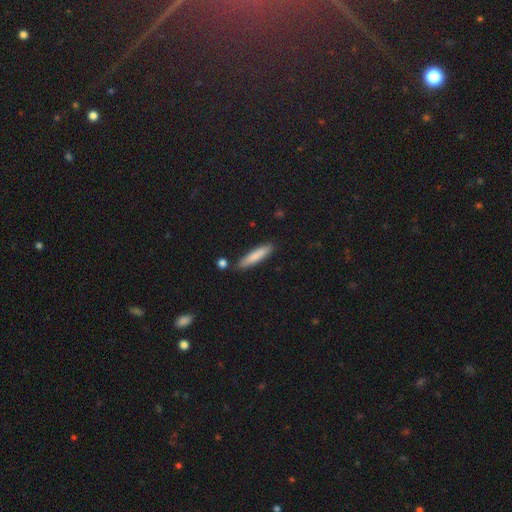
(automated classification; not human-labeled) Q: Smooth or featured?
A: smooth (80%); runner-up: featured or disk (14%)
Q: How rounded?
A: cigar-shaped (87%); runner-up: in between (12%)
Q: Merging?
A: none (85%); runner-up: minor disturbance (9%)